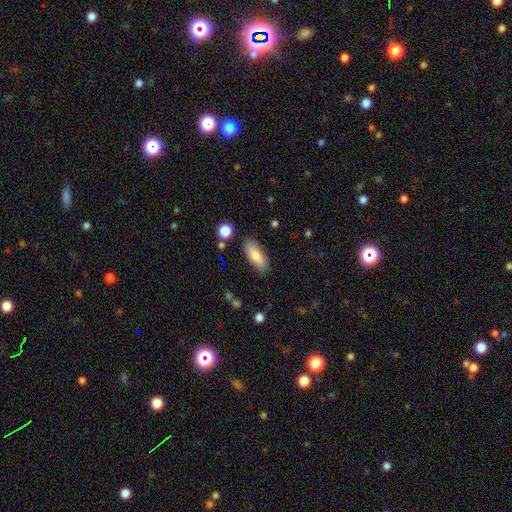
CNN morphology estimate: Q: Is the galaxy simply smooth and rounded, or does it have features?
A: smooth — 79%.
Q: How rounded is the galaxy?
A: in between — 74%.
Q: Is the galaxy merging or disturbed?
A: none — 85%.